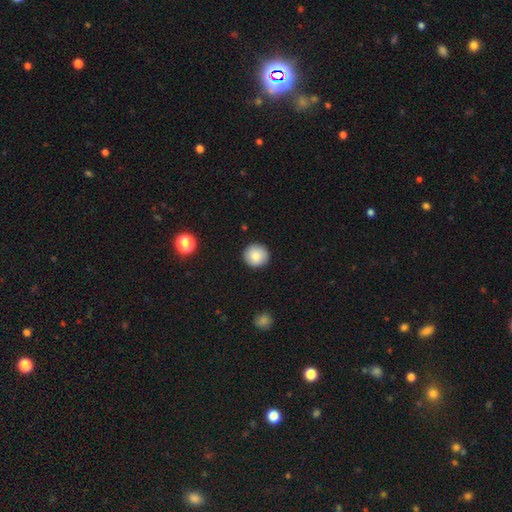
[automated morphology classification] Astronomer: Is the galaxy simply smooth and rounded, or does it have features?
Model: smooth — 85%.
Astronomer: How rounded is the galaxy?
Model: round — 94%.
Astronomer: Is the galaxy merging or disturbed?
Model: none — 92%.